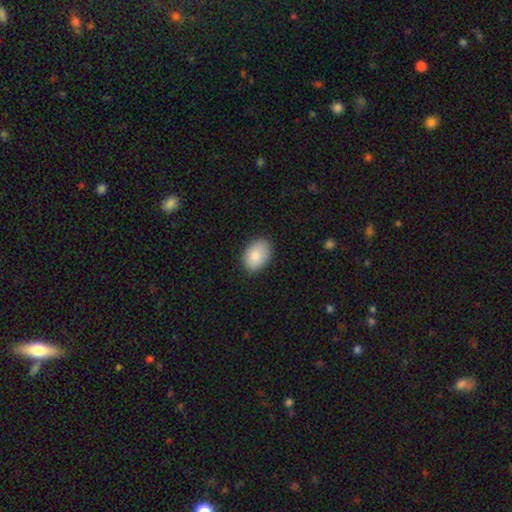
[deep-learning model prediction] smooth-or-featured: smooth: 85% | featured or disk: 8% | star or artifact: 7%
  how-rounded: in between: 83% | round: 16% | cigar-shaped: 1%
  merging: none: 85% | minor disturbance: 12% | major disturbance: 2% | merger: 1%